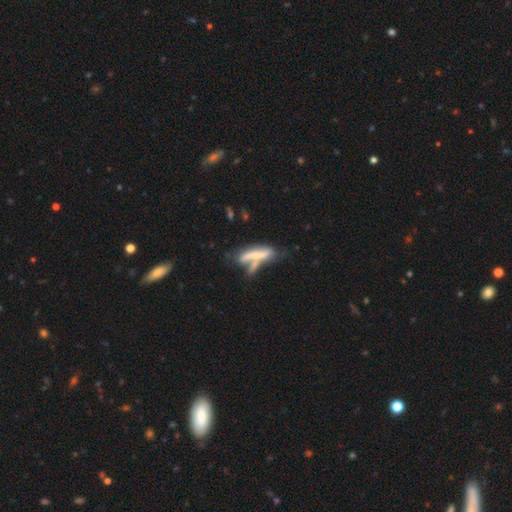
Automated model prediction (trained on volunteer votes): A smooth galaxy with no disk features (51%) that is cigar-shaped (62%).

Vote fractions:
- Smooth or featured? smooth: 51% / featured or disk: 40% / star or artifact: 9%
- How rounded? cigar-shaped: 62% / in between: 35% / round: 3%
- Merging? merger: 47% / none: 27% / minor disturbance: 13% / major disturbance: 13%